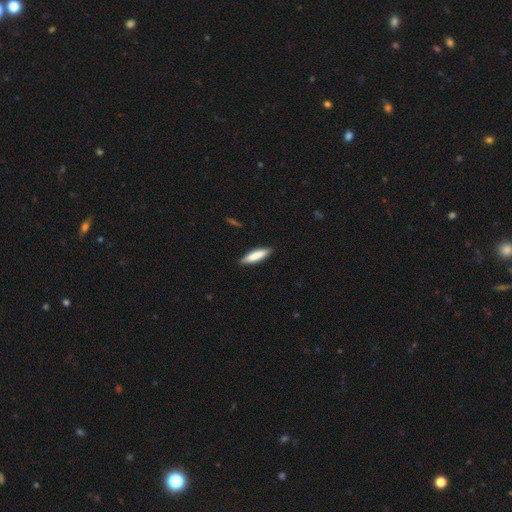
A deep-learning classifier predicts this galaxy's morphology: type=smooth (83%); roundness=cigar-shaped (72%); merging=none (88%).